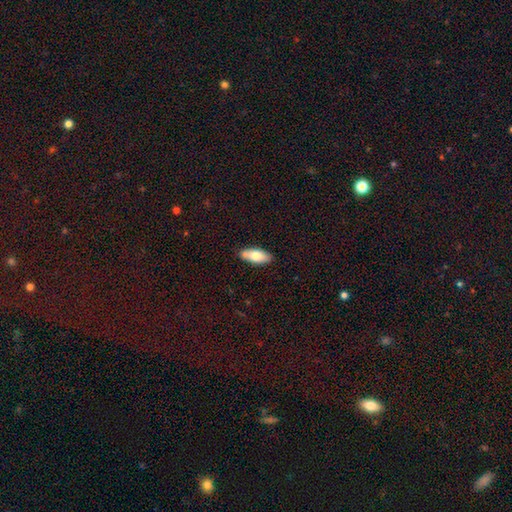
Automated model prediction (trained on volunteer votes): This is likely a smooth galaxy (72%). How rounded: clearly in between (82%). Merging: clearly none (82%).